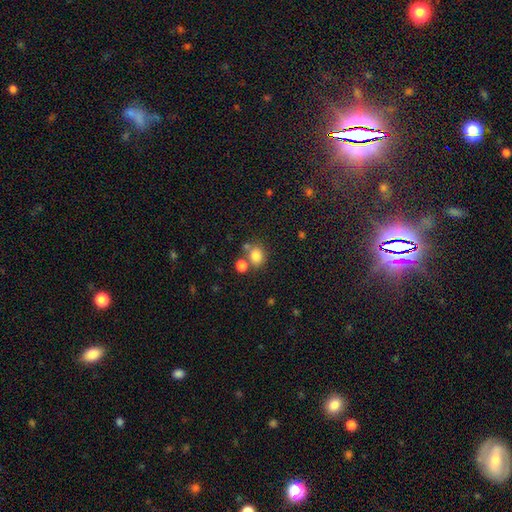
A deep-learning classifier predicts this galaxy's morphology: smooth-or-featured: smooth: 81% | star or artifact: 12% | featured or disk: 7%
  how-rounded: round: 65% | in between: 34% | cigar-shaped: 1%
  merging: none: 61% | merger: 23% | minor disturbance: 11% | major disturbance: 4%